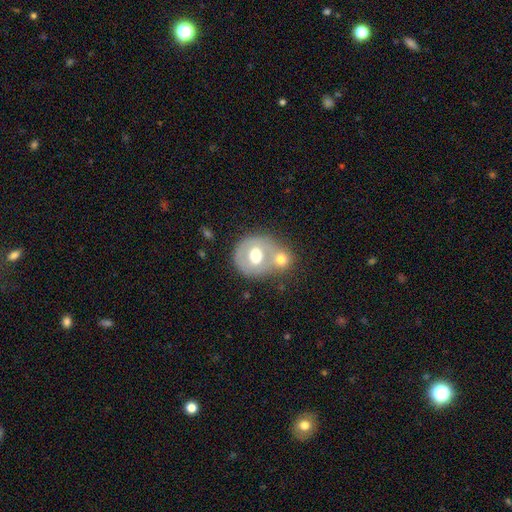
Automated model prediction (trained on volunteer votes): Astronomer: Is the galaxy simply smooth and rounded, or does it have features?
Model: smooth — 55% (runner-up: featured or disk, 38%).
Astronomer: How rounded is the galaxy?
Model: round — 81%.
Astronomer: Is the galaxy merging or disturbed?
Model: merger — 50% (runner-up: none, 34%).